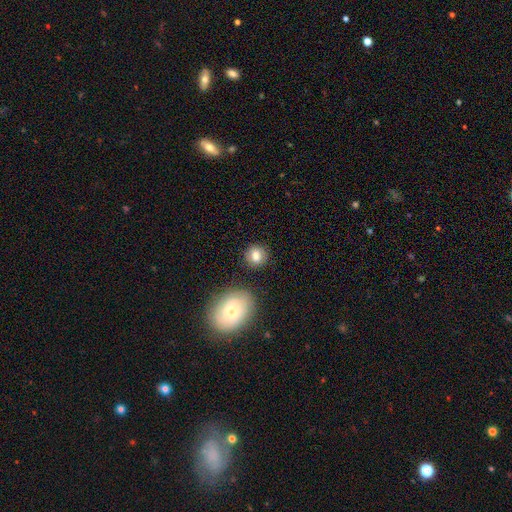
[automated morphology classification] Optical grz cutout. It shows a smooth galaxy with no disk features (81%) that is round (82%). Merging: none (82%).